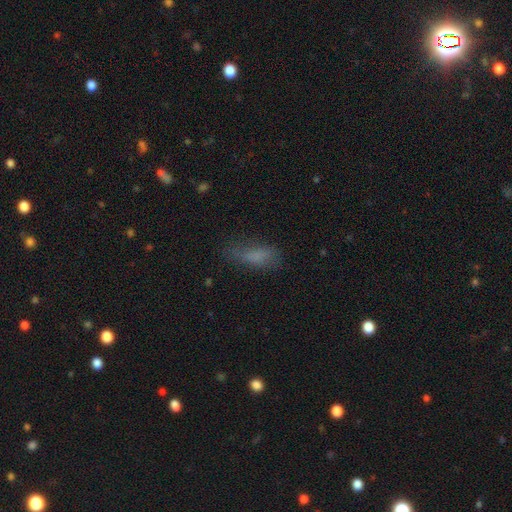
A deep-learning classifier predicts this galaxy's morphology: smooth_or_featured: smooth (p=0.72) [alt: featured or disk p=0.16]
how_rounded: in between (p=0.64) [alt: cigar-shaped p=0.33]
merging: none (p=0.53) [alt: minor disturbance p=0.28]